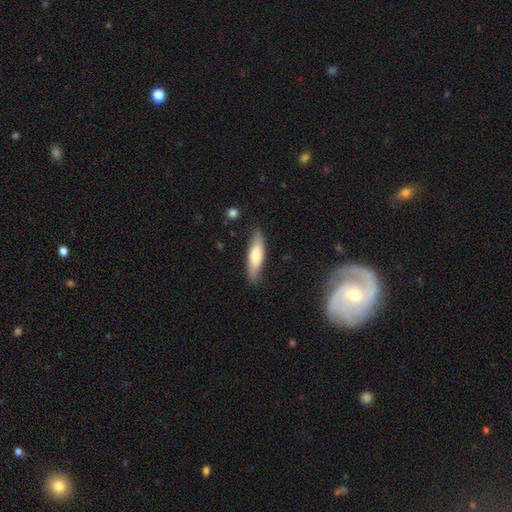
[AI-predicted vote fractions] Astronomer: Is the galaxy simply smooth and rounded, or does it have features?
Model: smooth — 66%.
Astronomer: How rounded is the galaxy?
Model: cigar-shaped — 66%.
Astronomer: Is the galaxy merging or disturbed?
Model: none — 84%.